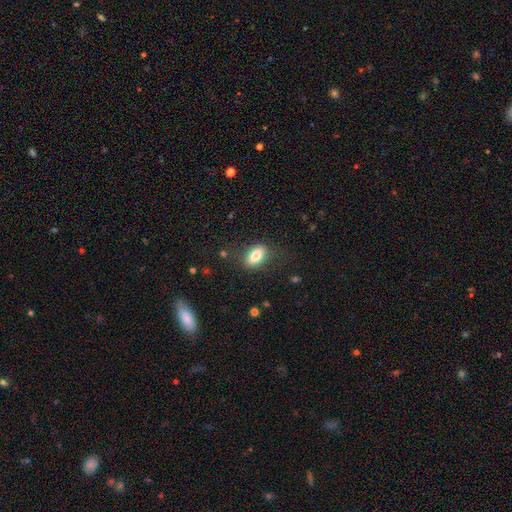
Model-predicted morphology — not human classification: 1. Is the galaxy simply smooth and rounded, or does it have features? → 79% smooth, 13% featured or disk, 8% star or artifact.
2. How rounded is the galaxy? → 86% in between, 8% round, 6% cigar-shaped.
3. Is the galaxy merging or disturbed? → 79% none, 14% minor disturbance, 5% major disturbance, 2% merger.